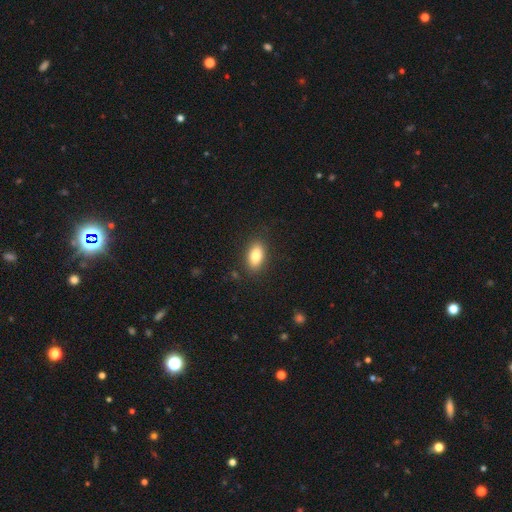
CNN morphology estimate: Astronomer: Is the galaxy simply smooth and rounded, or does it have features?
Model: smooth — 83%.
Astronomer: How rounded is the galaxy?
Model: in between — 89%.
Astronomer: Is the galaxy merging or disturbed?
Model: none — 87%.